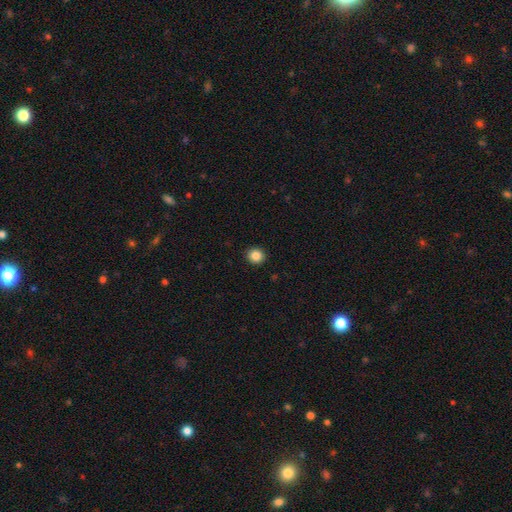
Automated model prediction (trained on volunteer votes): Morphology: type=smooth (86%); roundness=round (88%); merging=none (92%).